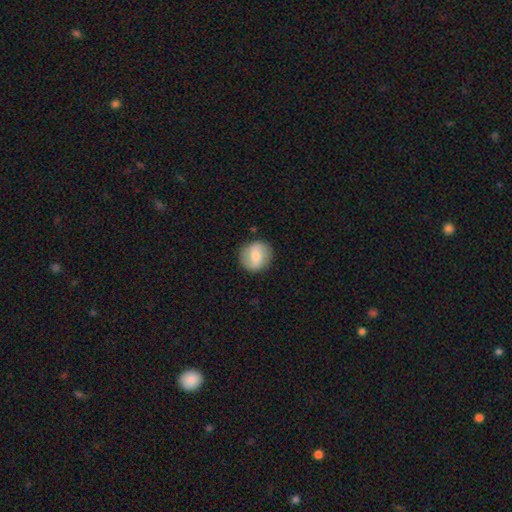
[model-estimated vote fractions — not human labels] A smooth galaxy with no disk features (56%) that is round (88%). Merging: none (86%).